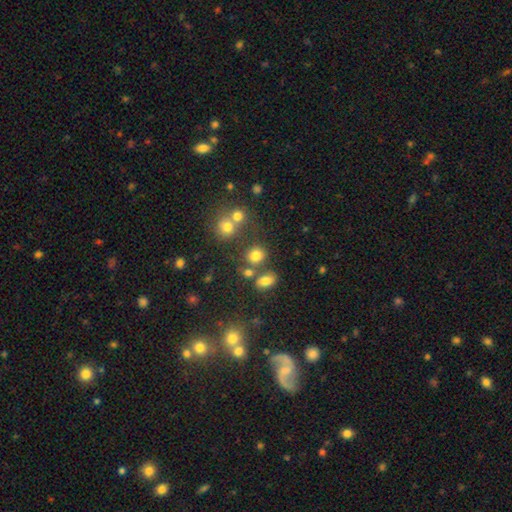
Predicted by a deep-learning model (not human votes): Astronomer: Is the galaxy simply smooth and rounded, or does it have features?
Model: smooth — 75%.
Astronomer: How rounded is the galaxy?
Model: round — 75%.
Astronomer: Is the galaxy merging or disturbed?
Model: none — 65%.